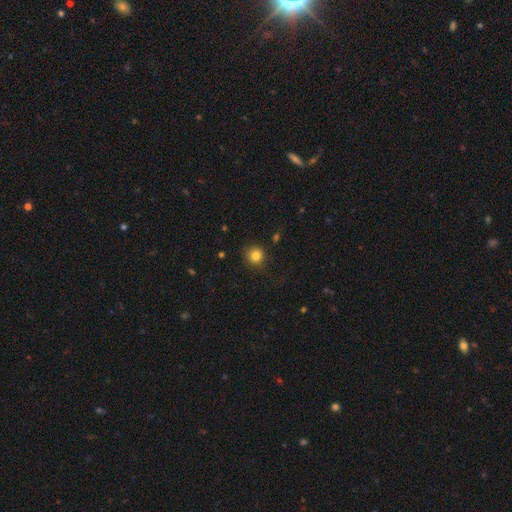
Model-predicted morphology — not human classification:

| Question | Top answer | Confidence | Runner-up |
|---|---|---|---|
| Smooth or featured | smooth | 83% | star or artifact (12%) |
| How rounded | round | 91% | in between (8%) |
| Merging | none | 83% | minor disturbance (11%) |